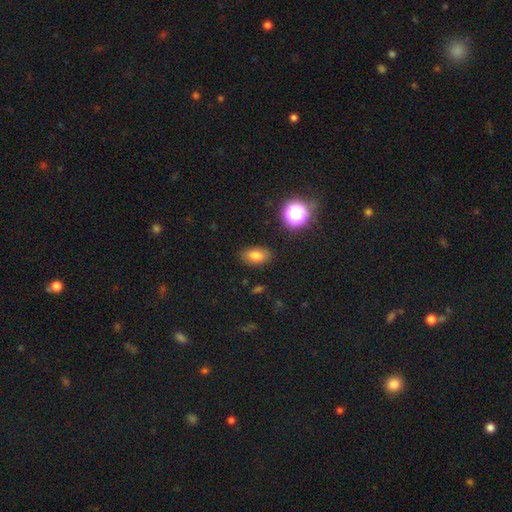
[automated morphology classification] smooth-or-featured: smooth: 78% | star or artifact: 13% | featured or disk: 10%
  how-rounded: in between: 86% | round: 11% | cigar-shaped: 2%
  merging: none: 86% | minor disturbance: 10% | major disturbance: 3% | merger: 1%